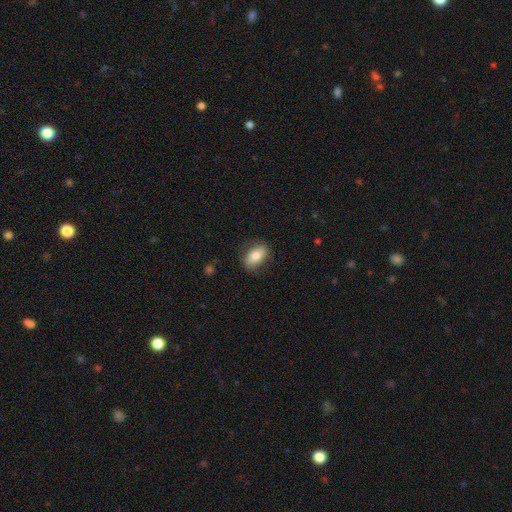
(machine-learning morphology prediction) Smooth or featured?
  - smooth: 74% *
  - featured or disk: 19%
  - star or artifact: 7%
How rounded?
  - in between: 89% *
  - round: 8%
  - cigar-shaped: 3%
Merging?
  - none: 80% *
  - minor disturbance: 15%
  - major disturbance: 4%
  - merger: 1%